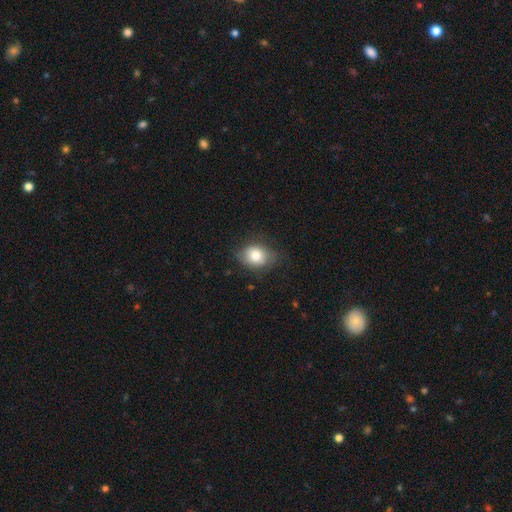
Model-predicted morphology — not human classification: smooth-or-featured: smooth: 78% | featured or disk: 13% | star or artifact: 9%
  how-rounded: in between: 55% | round: 43% | cigar-shaped: 1%
  merging: none: 71% | minor disturbance: 22% | major disturbance: 6% | merger: 1%